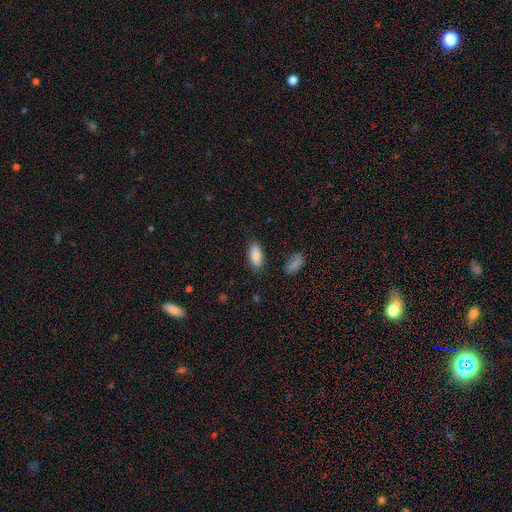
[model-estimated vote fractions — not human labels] Overall: smooth (87%). How rounded: in between (85%). Merging: none (83%).